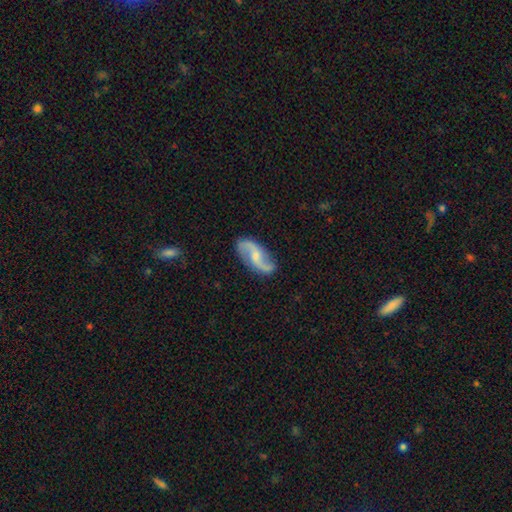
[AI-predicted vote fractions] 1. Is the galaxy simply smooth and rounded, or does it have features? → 84% featured or disk, 11% smooth, 5% star or artifact.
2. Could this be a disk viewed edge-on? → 96% no, 4% yes.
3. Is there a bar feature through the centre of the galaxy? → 45% no, 42% weak, 14% strong.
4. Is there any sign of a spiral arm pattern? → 96% yes, 4% no.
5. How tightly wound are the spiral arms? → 75% loose, 20% medium, 5% tight.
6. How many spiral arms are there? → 93% 2, 2% can't tell, 2% 1, 1% 3, 1% 4, 1% more than 4.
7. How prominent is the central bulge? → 47% small, 38% moderate, 10% none, 3% large, 1% dominant.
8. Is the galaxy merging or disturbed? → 82% none, 12% minor disturbance, 4% major disturbance, 2% merger.